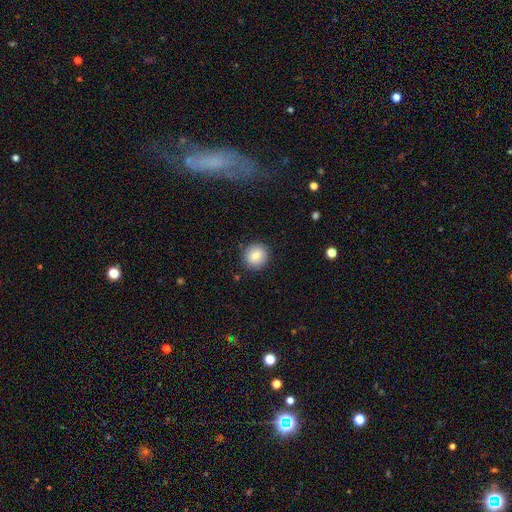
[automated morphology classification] Smooth or featured? Predicted: smooth (p=0.82). How rounded? Predicted: round (p=0.92). Merging? Predicted: none (p=0.88).